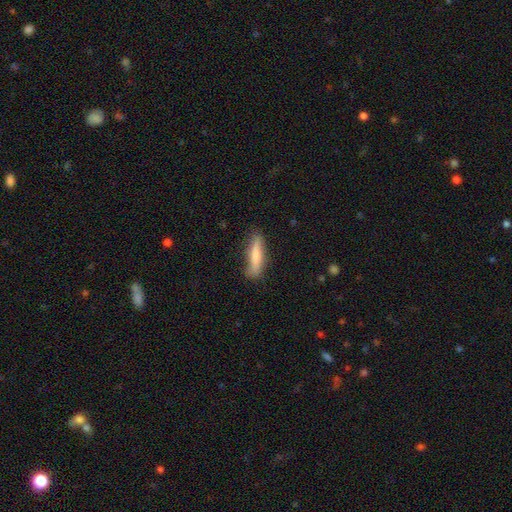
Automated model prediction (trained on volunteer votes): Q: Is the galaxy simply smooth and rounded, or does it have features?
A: smooth — 74%.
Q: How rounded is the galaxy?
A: cigar-shaped — 81%.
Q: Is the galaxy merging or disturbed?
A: none — 77%.